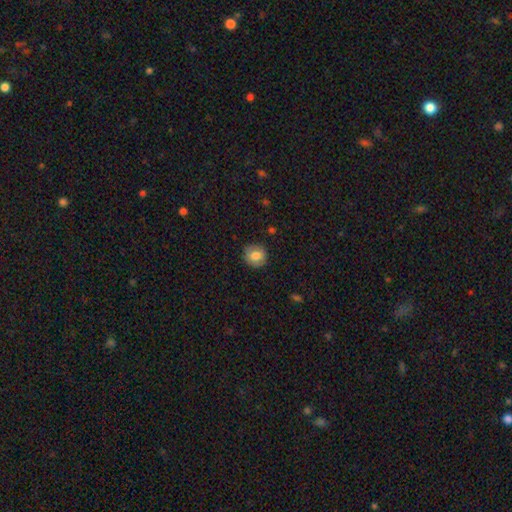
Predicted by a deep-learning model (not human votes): Overall: smooth (79%). How rounded: round (87%). Merging: none (86%).